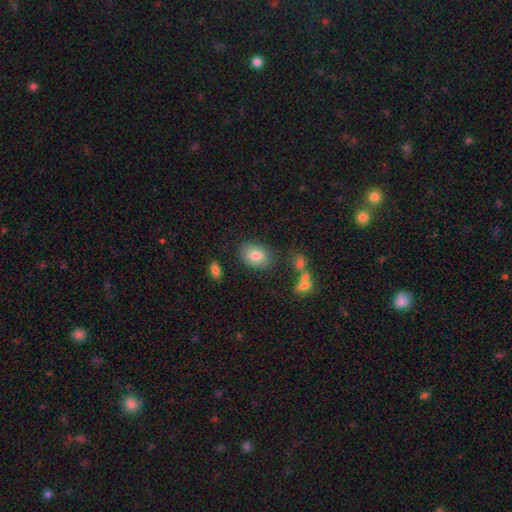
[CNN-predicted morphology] Q: Smooth or featured?
A: smooth (80%); runner-up: featured or disk (12%)
Q: How rounded?
A: in between (79%); runner-up: round (20%)
Q: Merging?
A: none (79%); runner-up: minor disturbance (13%)